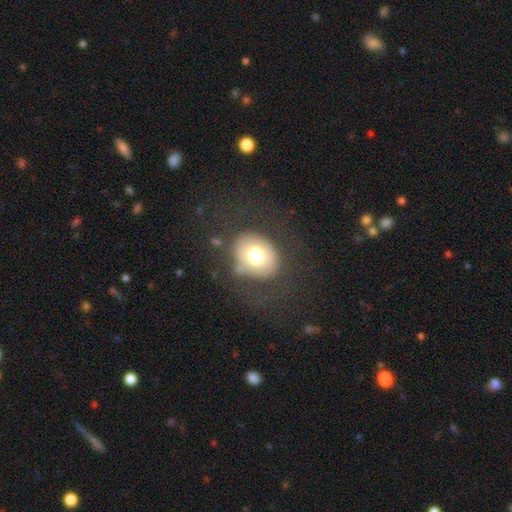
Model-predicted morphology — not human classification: Smooth or featured: smooth — 67% (featured or disk — 23%)
How rounded: round — 53% (in between — 47%)
Merging: none — 65% (minor disturbance — 18%)